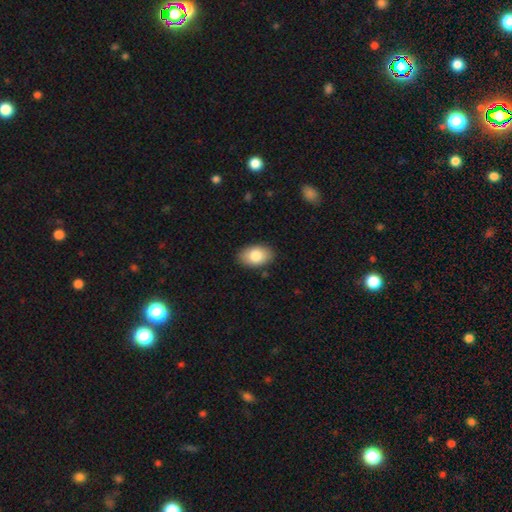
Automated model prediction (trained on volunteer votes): Overall: smooth (82%). How rounded: in between (91%). Merging: none (87%).